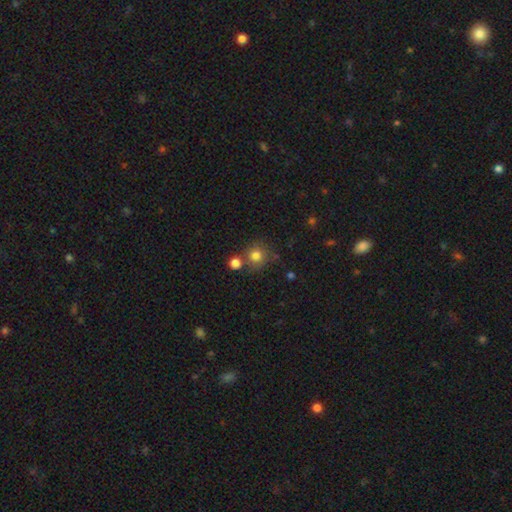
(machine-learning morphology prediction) The model was most divided on "merging": none: 68%, merger: 16%, minor disturbance: 11%, major disturbance: 4%. More confident: how rounded — round (89%); smooth or featured — smooth (78%).